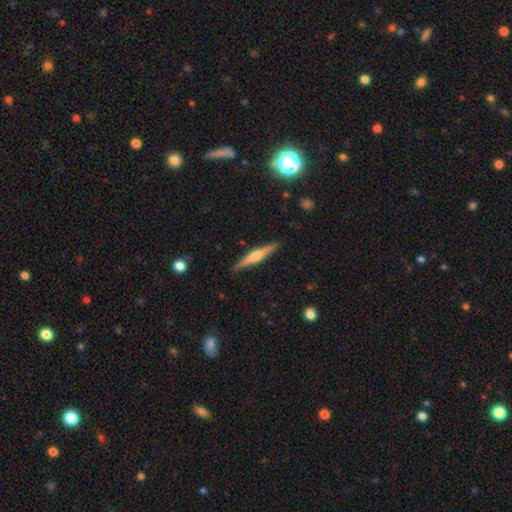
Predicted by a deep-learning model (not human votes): Morphology: type=featured or disk (66%); edge-on=yes (98%); edge-on bulge=rounded (82%); merging=none (90%).